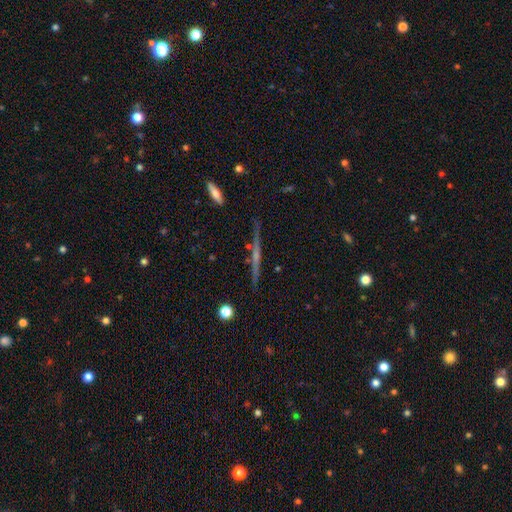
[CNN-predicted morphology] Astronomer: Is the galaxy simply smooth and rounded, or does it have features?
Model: featured or disk — 55%.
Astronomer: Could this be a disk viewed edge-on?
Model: yes — 90%.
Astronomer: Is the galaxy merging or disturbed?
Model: none — 83%.